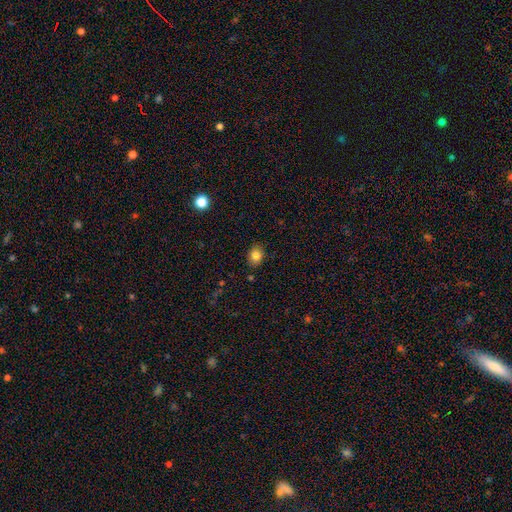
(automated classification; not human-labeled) Smooth or featured?
  - smooth: 83% *
  - star or artifact: 10%
  - featured or disk: 7%
How rounded?
  - in between: 57% *
  - round: 42%
  - cigar-shaped: 1%
Merging?
  - none: 85% *
  - minor disturbance: 11%
  - major disturbance: 2%
  - merger: 2%